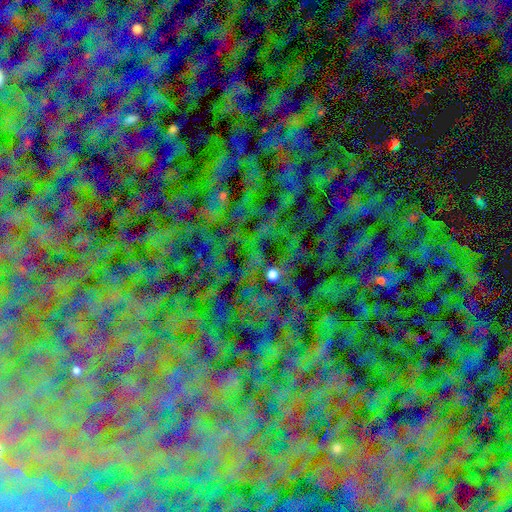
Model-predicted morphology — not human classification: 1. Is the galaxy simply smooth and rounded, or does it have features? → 81% star or artifact, 11% smooth, 8% featured or disk.